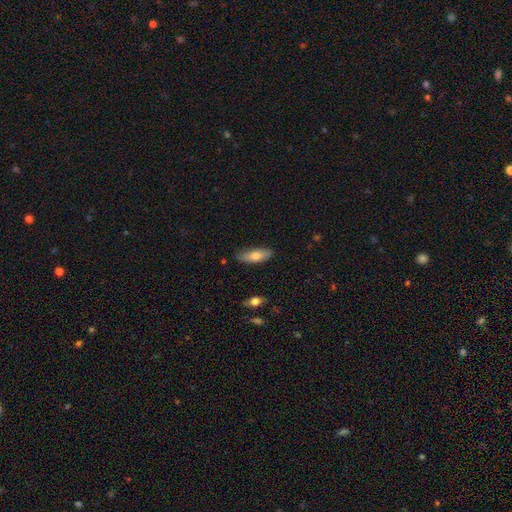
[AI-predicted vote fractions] Overall: smooth (74%). How rounded: in between (64%; cigar-shaped 34%). Merging: none (80%).